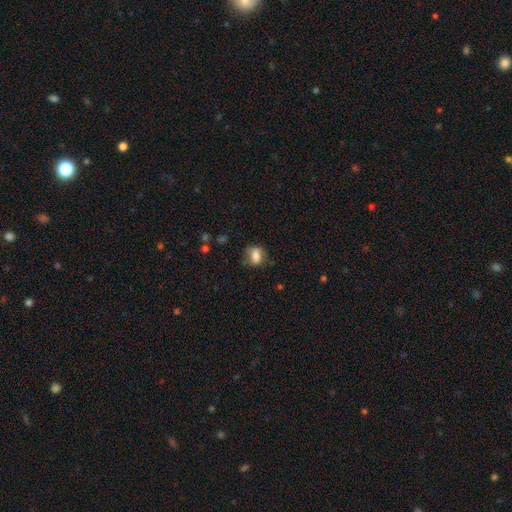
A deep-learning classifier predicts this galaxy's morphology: type=smooth (75%); roundness=in between (68%); merging=none (62%).